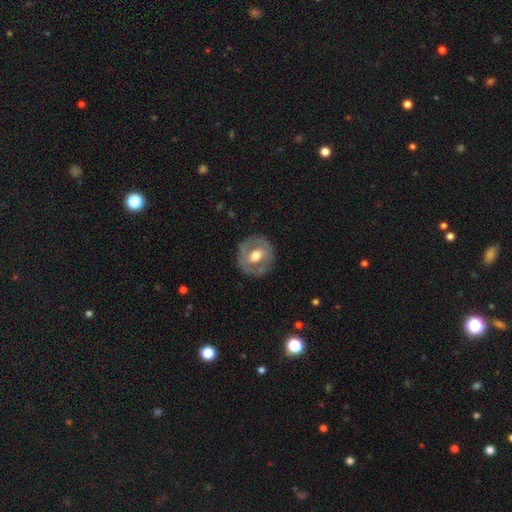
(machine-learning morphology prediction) Overall: featured or disk (56%; smooth 38%). Edge-on disk: no (95%). Bar: no (55%; weak 31%). Spiral arms: no (78%). Bulge size: moderate (66%; large 26%). Merging: none (80%).